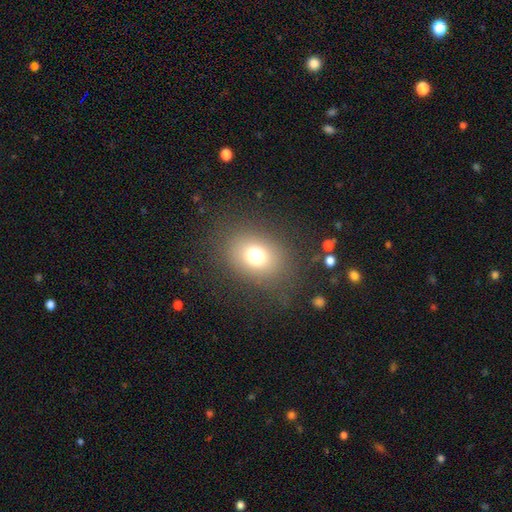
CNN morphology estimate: Smooth or featured? smooth (72%)
How rounded? in between (50%)
Merging? none (80%)